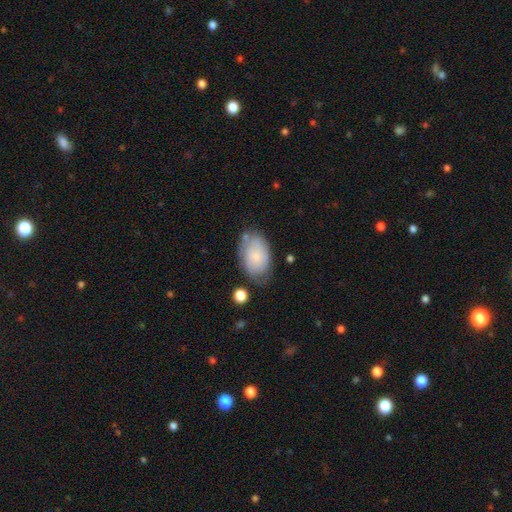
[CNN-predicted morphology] Smooth or featured: smooth — 69% (featured or disk — 24%)
How rounded: in between — 91% (round — 8%)
Merging: none — 60% (minor disturbance — 27%)